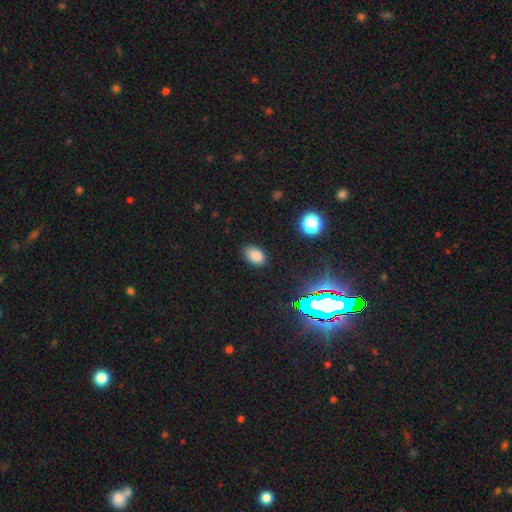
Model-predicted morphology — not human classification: smooth-or-featured: smooth: 81% | star or artifact: 14% | featured or disk: 5%
  how-rounded: in between: 85% | round: 13% | cigar-shaped: 1%
  merging: none: 83% | minor disturbance: 13% | major disturbance: 3% | merger: 1%